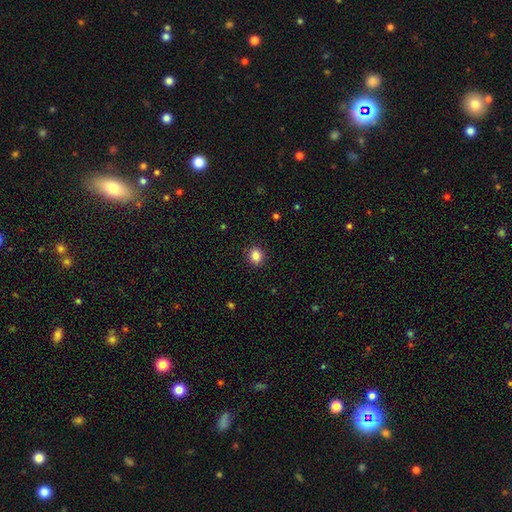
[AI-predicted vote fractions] The model was most divided on "how rounded": round: 72%, in between: 27%, cigar-shaped: 1%. More confident: merging — none (90%); smooth or featured — smooth (85%).